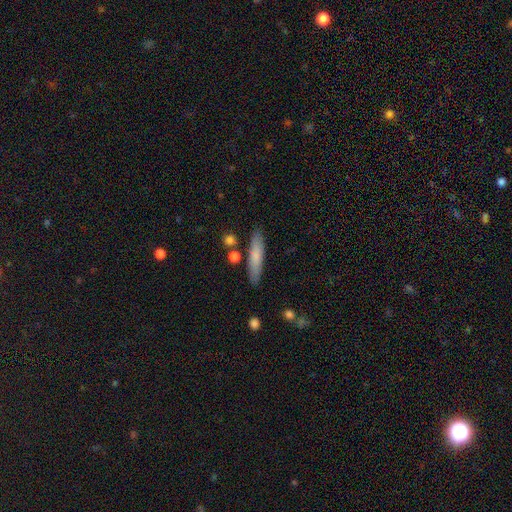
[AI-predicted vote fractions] smooth-or-featured: smooth: 73% | featured or disk: 21% | star or artifact: 6%
  how-rounded: cigar-shaped: 84% | in between: 14% | round: 2%
  merging: none: 84% | minor disturbance: 10% | merger: 4% | major disturbance: 2%